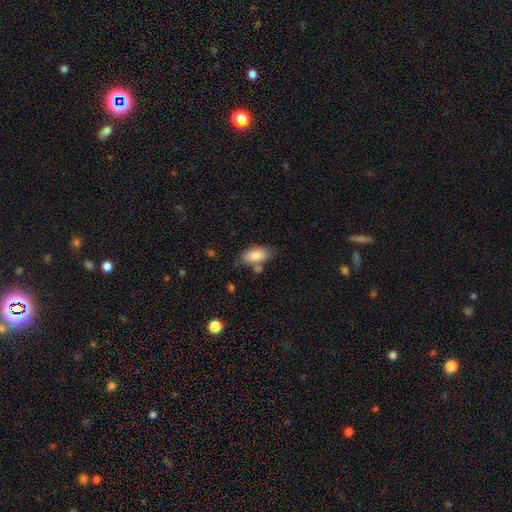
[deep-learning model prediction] smooth-or-featured: smooth: 84% | featured or disk: 9% | star or artifact: 7%
  how-rounded: in between: 90% | cigar-shaped: 6% | round: 3%
  merging: none: 64% | minor disturbance: 19% | merger: 12% | major disturbance: 5%